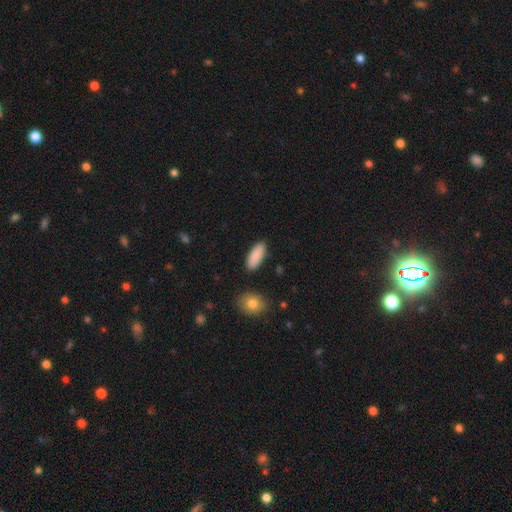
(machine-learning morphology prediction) A smooth galaxy with no disk features (89%) that is in between round and cigar-shaped (75%).

Vote fractions:
- Smooth or featured? smooth: 89% / star or artifact: 6% / featured or disk: 5%
- How rounded? in between: 75% / cigar-shaped: 23% / round: 2%
- Merging? none: 88% / minor disturbance: 8% / merger: 2% / major disturbance: 2%